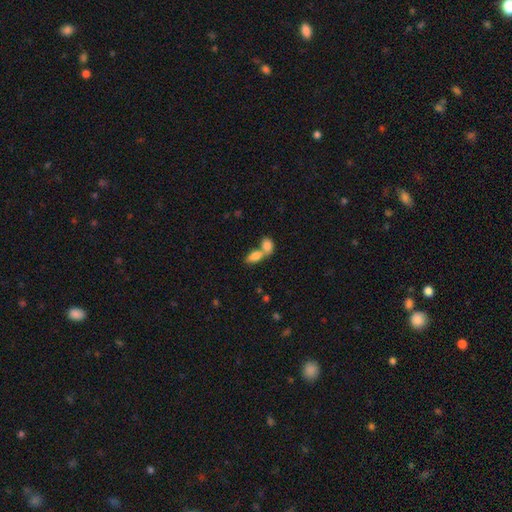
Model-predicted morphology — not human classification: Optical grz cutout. It shows a smooth galaxy with no disk features (81%) that is in between round and cigar-shaped (87%). Merging: merger (66%).